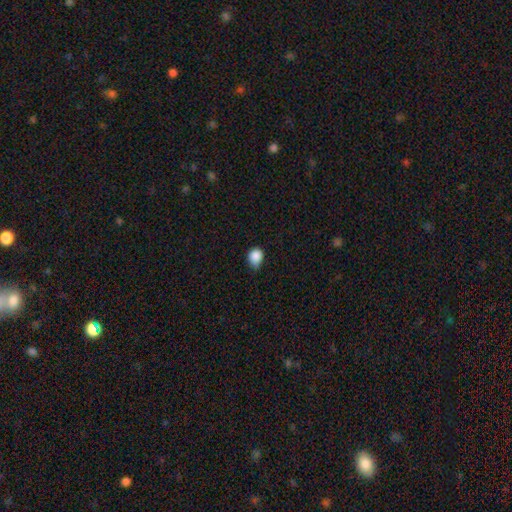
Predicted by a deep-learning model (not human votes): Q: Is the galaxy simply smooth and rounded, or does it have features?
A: smooth — 86%.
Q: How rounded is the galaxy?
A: round — 63%.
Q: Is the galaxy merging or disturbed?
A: none — 51%.